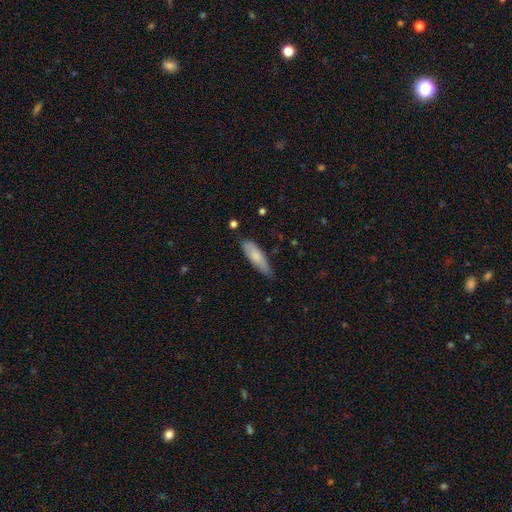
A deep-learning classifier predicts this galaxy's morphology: Smooth or featured? smooth (77%)
How rounded? cigar-shaped (51%)
Merging? none (65%)